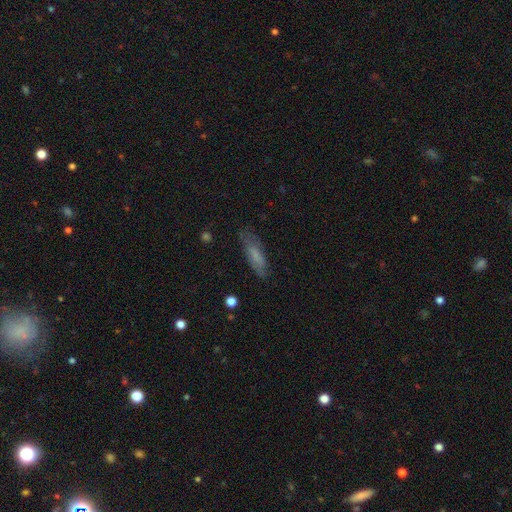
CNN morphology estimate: Smooth or featured: smooth — 65% (featured or disk — 26%)
How rounded: cigar-shaped — 56% (in between — 42%)
Merging: none — 71% (minor disturbance — 20%)